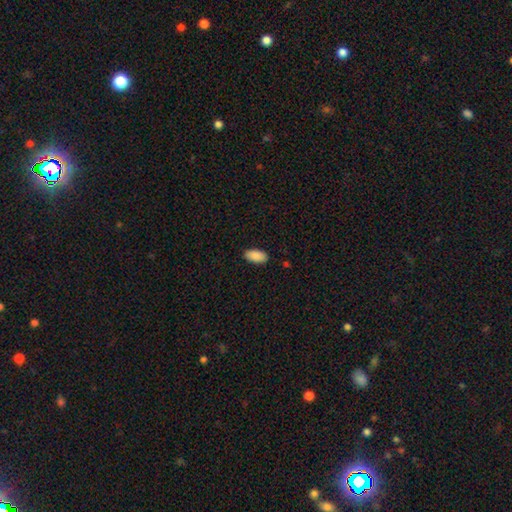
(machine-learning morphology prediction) Smooth or featured? Predicted: smooth (p=0.90). How rounded? Predicted: in between (p=0.94). Merging? Predicted: none (p=0.89).